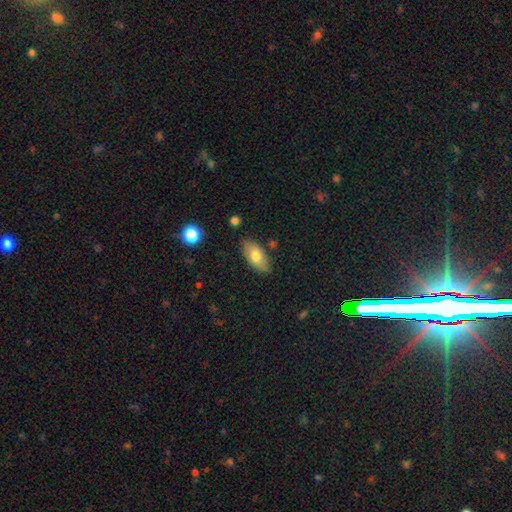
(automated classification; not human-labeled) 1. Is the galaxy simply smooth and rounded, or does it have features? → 72% smooth, 21% featured or disk, 7% star or artifact.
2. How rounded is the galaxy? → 91% in between, 6% cigar-shaped, 3% round.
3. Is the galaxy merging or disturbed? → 82% none, 13% minor disturbance, 3% major disturbance, 2% merger.